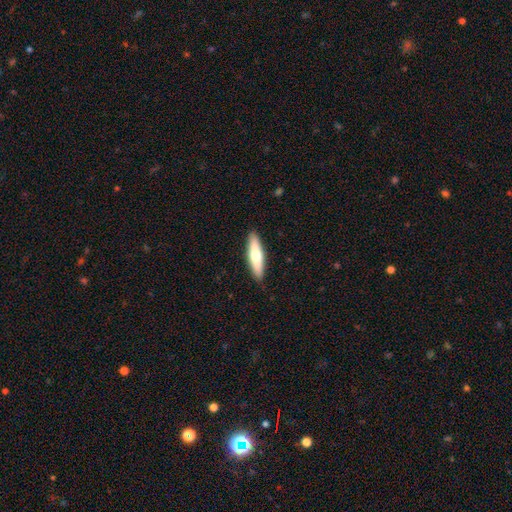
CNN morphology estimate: smooth 62%, featured or disk 33%, star or artifact 5%. Down the decision tree: how rounded — cigar-shaped (72%); merging — none (90%).